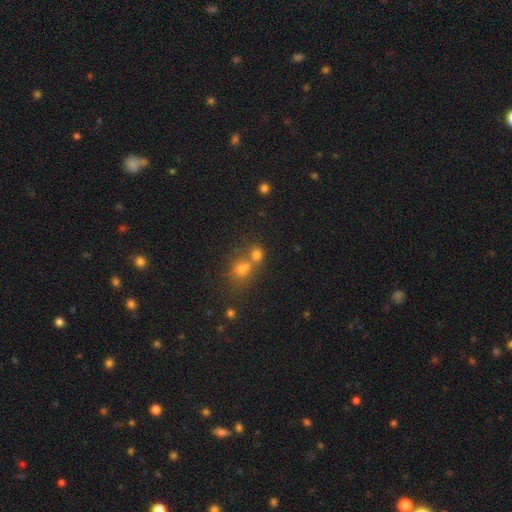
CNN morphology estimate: type=smooth (64%); roundness=round (71%); merging=merger (49%).